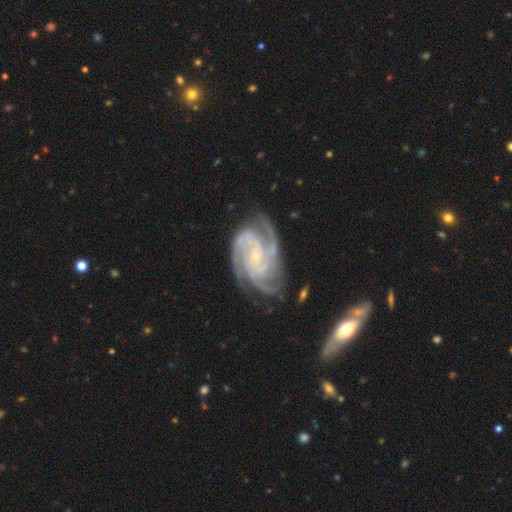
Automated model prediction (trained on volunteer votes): A featured or disk galaxy (91%) with no bar (56%), 3 (38%) tight (57%) spiral arms (98%) and a small central bulge (82%).

Vote fractions:
- Smooth or featured? featured or disk: 91% / star or artifact: 5% / smooth: 4%
- Edge-on disk? no: 97% / yes: 3%
- Bar? no: 56% / weak: 31% / strong: 13%
- Spiral arms? yes: 98% / no: 2%
- Spiral winding? tight: 57% / medium: 37% / loose: 6%
- Spiral arm count? 3: 38% / 4: 23% / 2: 17% / can't tell: 11% / more than 4: 6% / 1: 6%
- Bulge size? small: 82% / moderate: 12% / none: 4% / large: 1% / dominant: 1%
- Merging? none: 66% / minor disturbance: 21% / major disturbance: 9% / merger: 3%